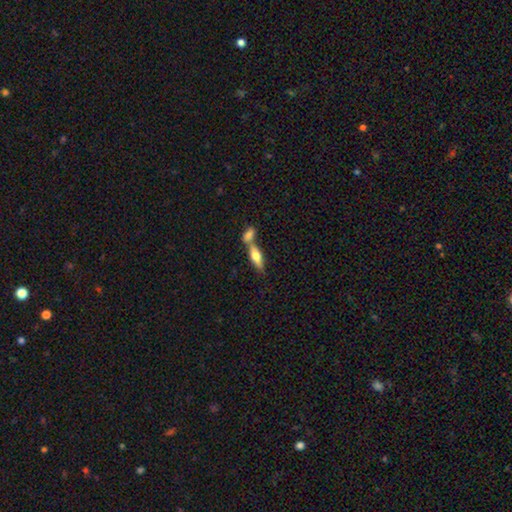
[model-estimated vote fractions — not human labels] Smooth or featured? smooth (58%)
How rounded? in between (54%)
Merging? merger (51%)